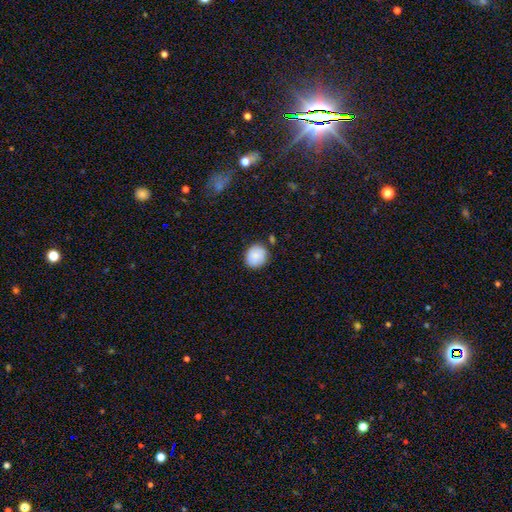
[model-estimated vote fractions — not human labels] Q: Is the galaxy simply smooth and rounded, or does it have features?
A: smooth — 85%.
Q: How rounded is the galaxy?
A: round — 80%.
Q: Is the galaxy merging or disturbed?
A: none — 79%.